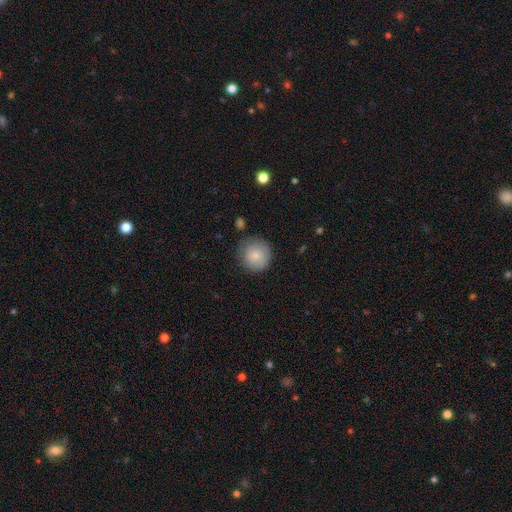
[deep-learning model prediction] This appears to be a smooth galaxy with no disk features (83%) that is round (93%). Merging: none (78%).